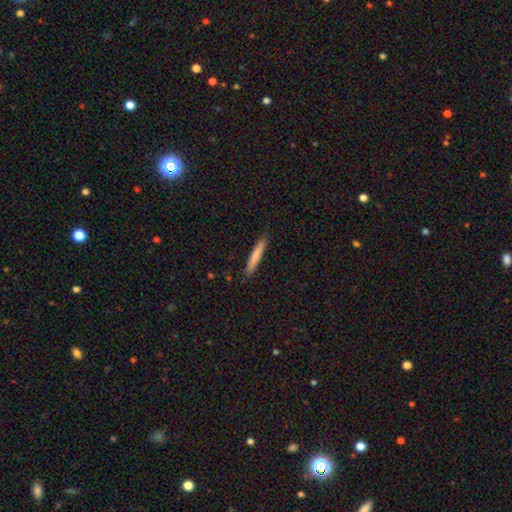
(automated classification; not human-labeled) A smooth galaxy with no disk features (75%) that is cigar-shaped (95%). Merging: none (90%).